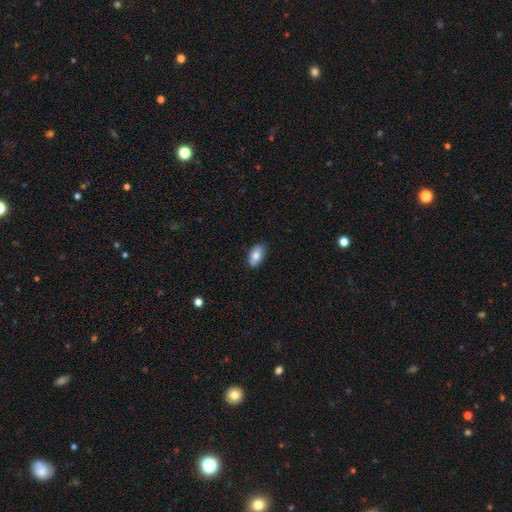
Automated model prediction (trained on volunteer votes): smooth_or_featured: smooth (p=0.77) [alt: featured or disk p=0.16]
how_rounded: in between (p=0.93) [alt: round p=0.05]
merging: none (p=0.83) [alt: minor disturbance p=0.14]